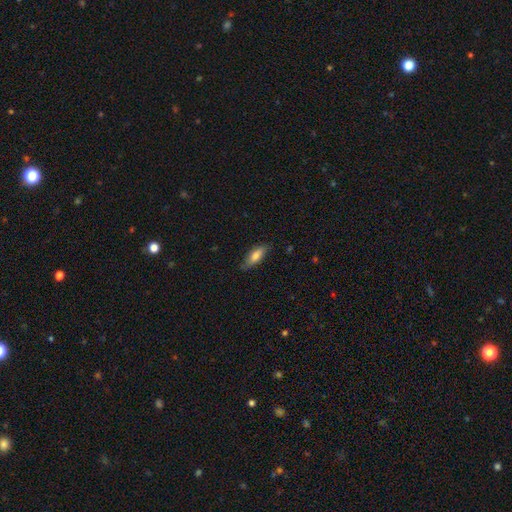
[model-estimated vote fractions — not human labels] This is likely a smooth galaxy (76%). How rounded: likely in between (66%). Merging: likely none (79%).